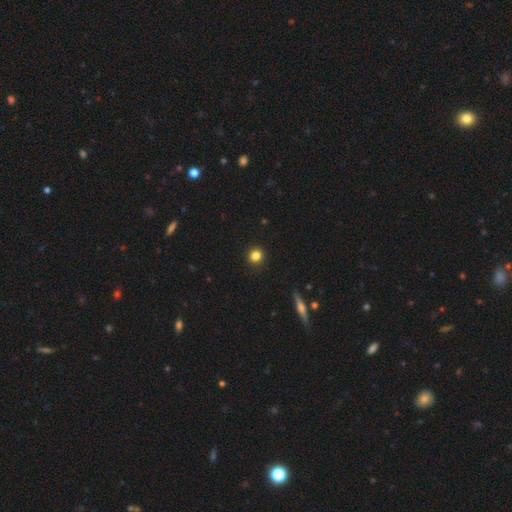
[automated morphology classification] Smooth or featured?
  - smooth: 84% *
  - star or artifact: 11%
  - featured or disk: 5%
How rounded?
  - round: 89% *
  - in between: 10%
  - cigar-shaped: 1%
Merging?
  - none: 92% *
  - minor disturbance: 6%
  - major disturbance: 2%
  - merger: 1%